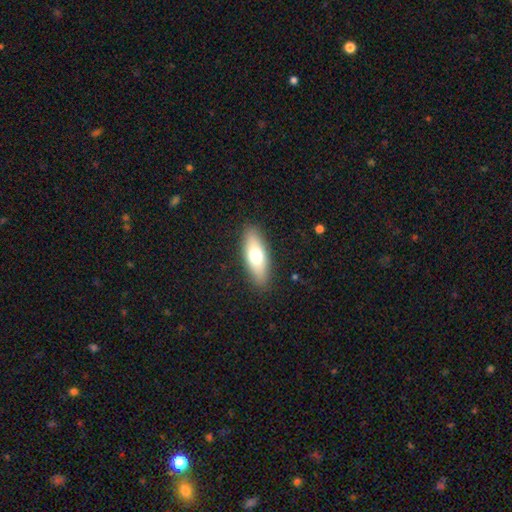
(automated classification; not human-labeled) smooth-or-featured: smooth: 67% | featured or disk: 27% | star or artifact: 6%
  how-rounded: in between: 66% | cigar-shaped: 31% | round: 3%
  merging: none: 88% | minor disturbance: 9% | major disturbance: 2% | merger: 1%